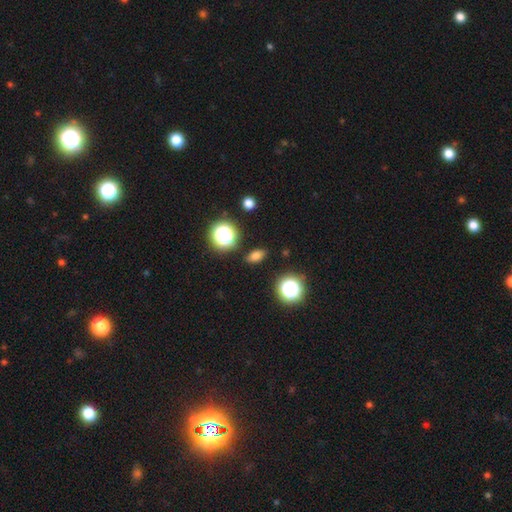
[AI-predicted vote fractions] Smooth or featured? smooth (73%)
How rounded? in between (78%)
Merging? none (87%)